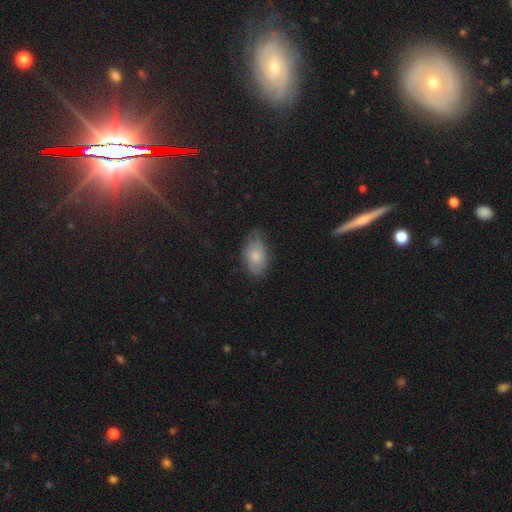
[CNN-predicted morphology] The model was most divided on "merging": none: 66%, minor disturbance: 26%, major disturbance: 7%, merger: 1%. More confident: how rounded — in between (92%); smooth or featured — smooth (72%).